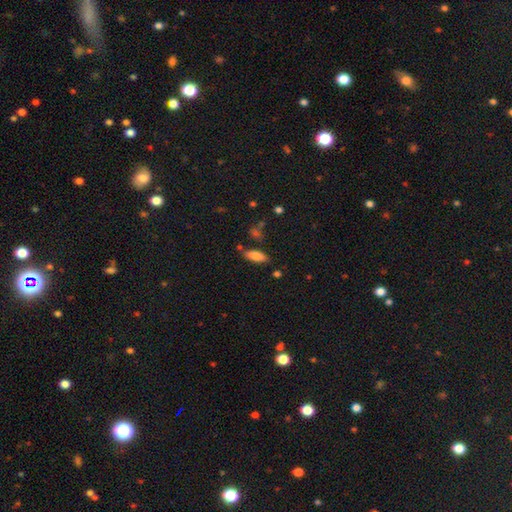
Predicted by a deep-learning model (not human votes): A smooth galaxy with no disk features (81%) that is in between round and cigar-shaped (72%).

Vote fractions:
- Smooth or featured? smooth: 81% / featured or disk: 11% / star or artifact: 8%
- How rounded? in between: 72% / cigar-shaped: 26% / round: 2%
- Merging? none: 76% / minor disturbance: 14% / merger: 6% / major disturbance: 3%